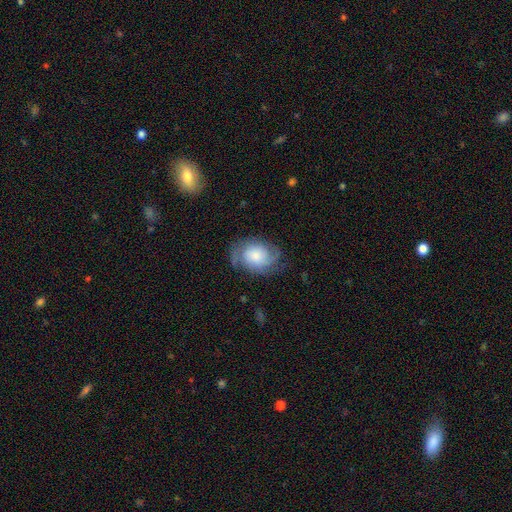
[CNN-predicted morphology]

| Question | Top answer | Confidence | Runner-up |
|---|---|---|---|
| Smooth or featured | featured or disk | 57% | smooth (35%) |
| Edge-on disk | no | 97% | yes (3%) |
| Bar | no | 79% | weak (18%) |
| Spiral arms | yes | 87% | no (13%) |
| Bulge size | small | 40% | moderate (30%) |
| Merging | none | 62% | minor disturbance (23%) |